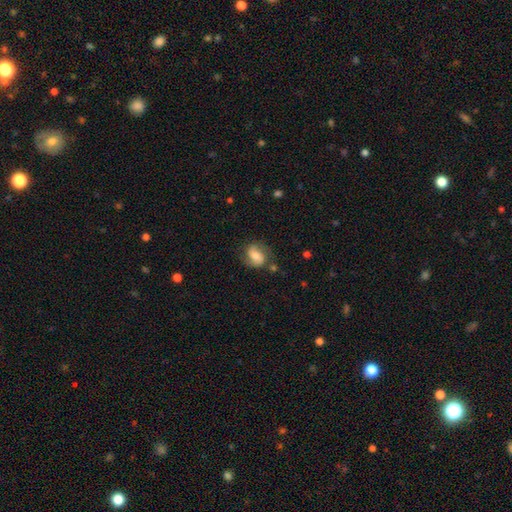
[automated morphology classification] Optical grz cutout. It shows a smooth galaxy with no disk features (47%). Merging: none (68%).